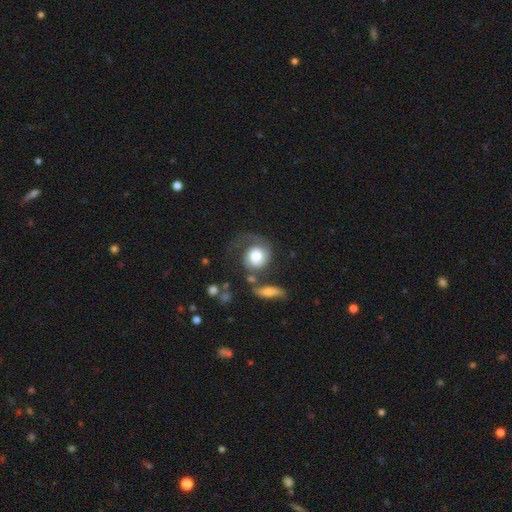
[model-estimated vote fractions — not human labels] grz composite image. It shows a featured or disk galaxy (58%) with no bar (72%), spiral arms (88%) and a moderate central bulge (47%). Merging: none (38%).